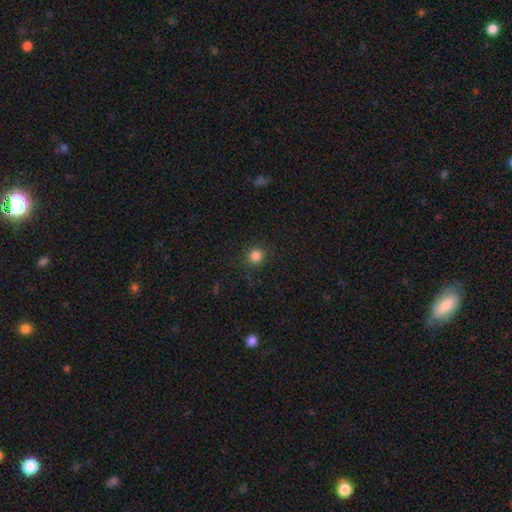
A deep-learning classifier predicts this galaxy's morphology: Smooth or featured?
  - smooth: 83% *
  - star or artifact: 13%
  - featured or disk: 4%
How rounded?
  - round: 90% *
  - in between: 9%
  - cigar-shaped: 1%
Merging?
  - none: 89% *
  - minor disturbance: 8%
  - major disturbance: 3%
  - merger: 1%